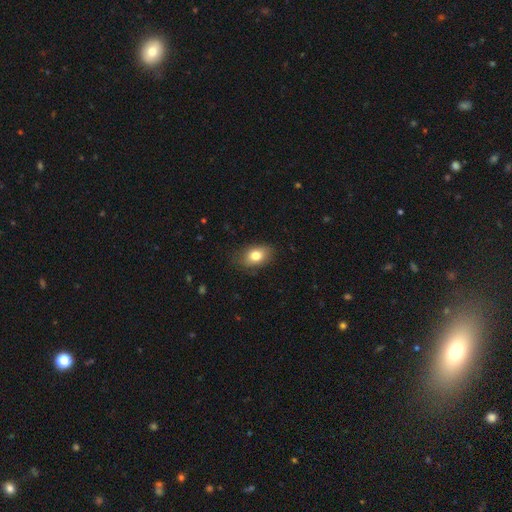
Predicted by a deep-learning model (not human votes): Q: Smooth or featured?
A: smooth (78%); runner-up: featured or disk (13%)
Q: How rounded?
A: in between (81%); runner-up: round (18%)
Q: Merging?
A: none (78%); runner-up: minor disturbance (17%)